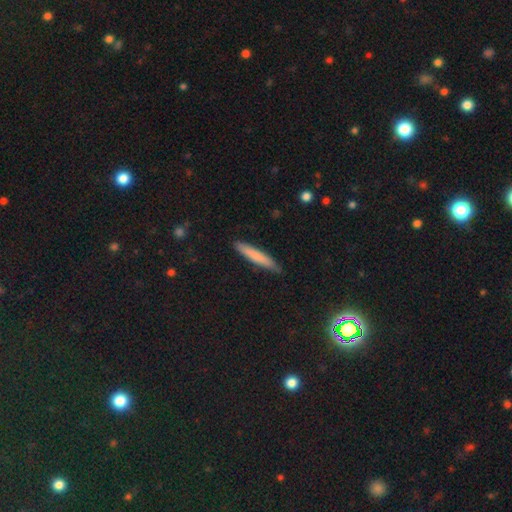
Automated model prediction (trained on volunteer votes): A smooth galaxy with no disk features (76%) that is cigar-shaped (93%).

Vote fractions:
- Smooth or featured? smooth: 76% / featured or disk: 18% / star or artifact: 6%
- How rounded? cigar-shaped: 93% / in between: 6% / round: 1%
- Merging? none: 85% / minor disturbance: 12% / major disturbance: 2% / merger: 1%